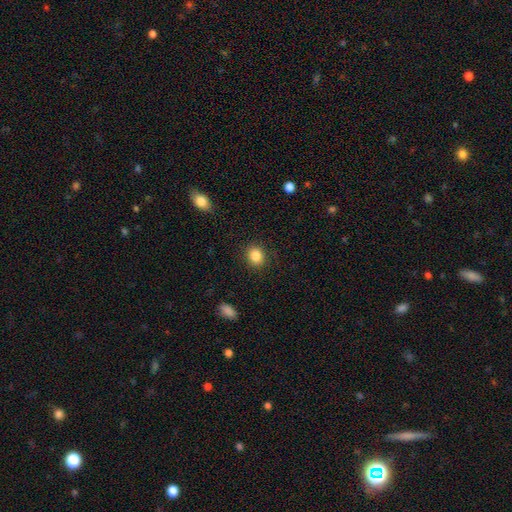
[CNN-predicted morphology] smooth 86%, star or artifact 10%, featured or disk 4%. Down the decision tree: how rounded — round (63%); merging — none (89%).